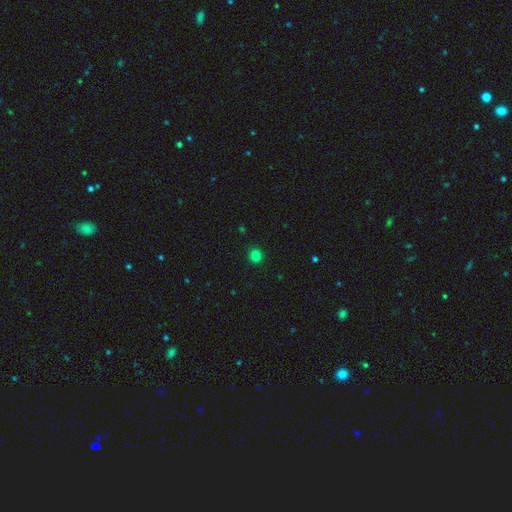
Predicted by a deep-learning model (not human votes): The model was most divided on "smooth or featured": smooth: 82%, star or artifact: 15%, featured or disk: 4%. More confident: merging — none (91%); how rounded — round (84%).